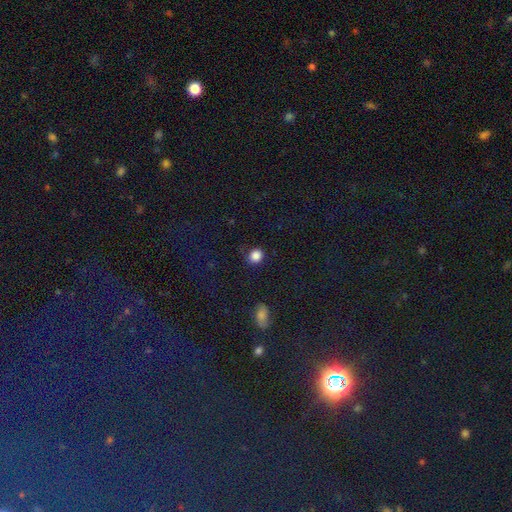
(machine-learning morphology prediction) type=smooth (86%); roundness=round (76%); merging=none (84%).